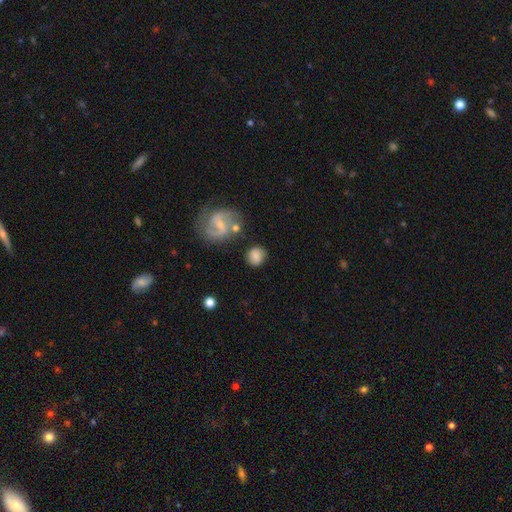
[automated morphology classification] Smooth or featured? smooth (64%)
How rounded? round (76%)
Merging? none (70%)